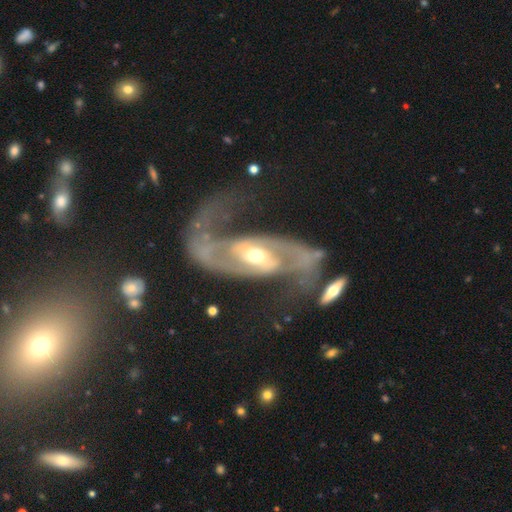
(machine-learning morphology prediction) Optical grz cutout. It shows a featured or disk galaxy (92%) with a weak bar (38%), 2 (93%) loose (46%) spiral arms (97%) and a moderate central bulge (65%). Merging: none (54%).